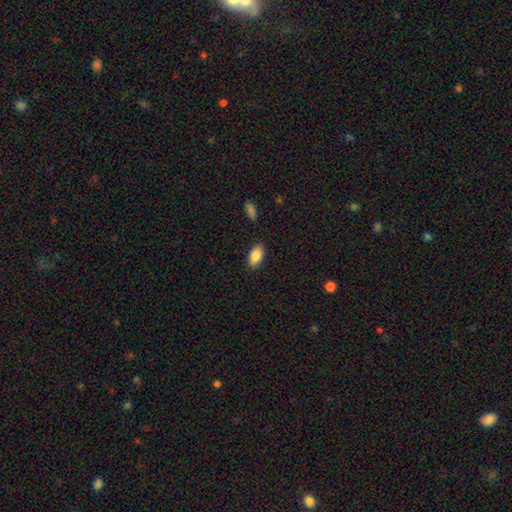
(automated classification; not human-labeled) smooth_or_featured: smooth (p=0.86) [alt: star or artifact p=0.07]
how_rounded: in between (p=0.93) [alt: round p=0.04]
merging: none (p=0.86) [alt: minor disturbance p=0.10]